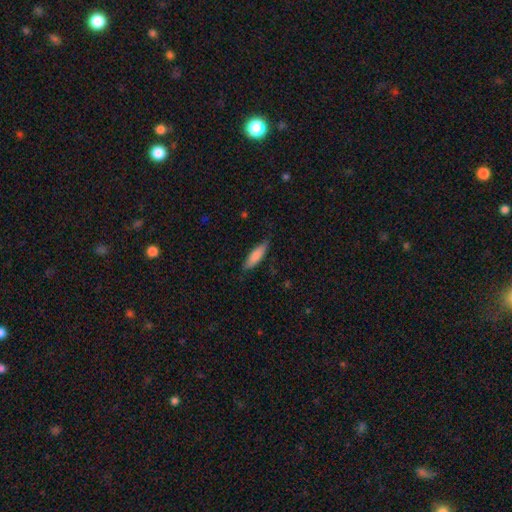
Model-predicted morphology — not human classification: Q: Smooth or featured?
A: smooth (81%); runner-up: featured or disk (13%)
Q: How rounded?
A: cigar-shaped (58%); runner-up: in between (41%)
Q: Merging?
A: none (79%); runner-up: minor disturbance (17%)